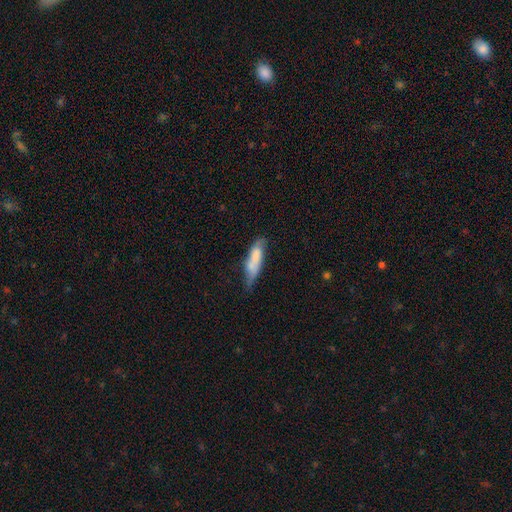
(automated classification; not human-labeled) Smooth or featured: smooth — 71% (featured or disk — 22%)
How rounded: cigar-shaped — 64% (in between — 34%)
Merging: none — 49% (minor disturbance — 34%)